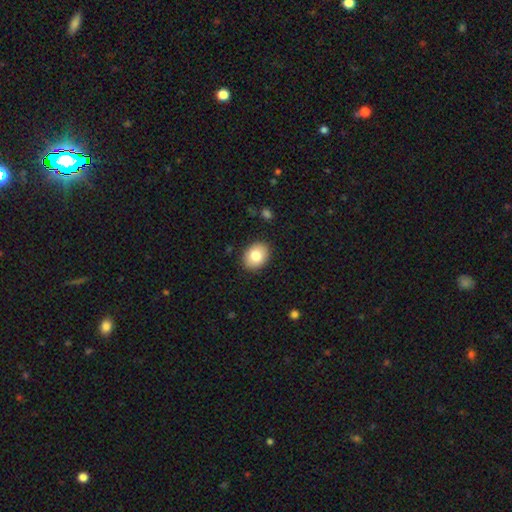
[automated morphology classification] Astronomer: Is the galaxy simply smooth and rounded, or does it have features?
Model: smooth — 81%.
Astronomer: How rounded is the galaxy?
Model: in between — 57% (runner-up: round, 42%).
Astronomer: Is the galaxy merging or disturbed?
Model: none — 89%.